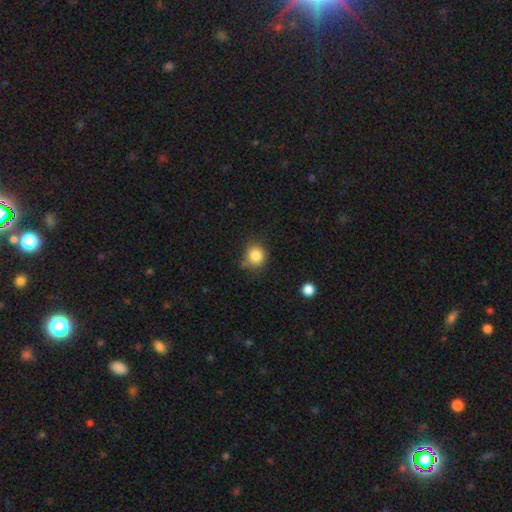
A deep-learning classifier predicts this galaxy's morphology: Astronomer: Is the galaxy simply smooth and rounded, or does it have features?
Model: smooth — 84%.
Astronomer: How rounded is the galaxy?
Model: round — 84%.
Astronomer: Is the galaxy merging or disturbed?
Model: none — 73%.